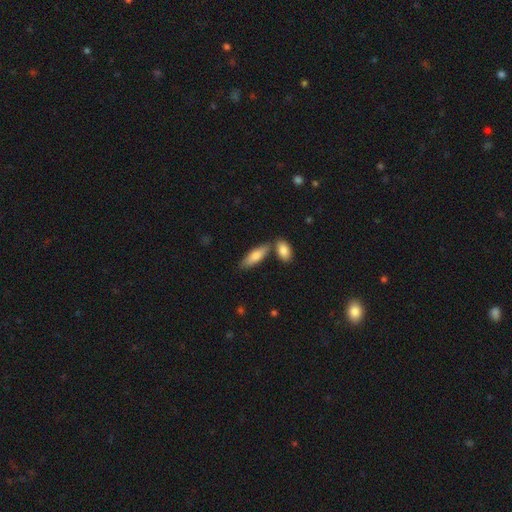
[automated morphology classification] Overall: smooth (75%). How rounded: in between (55%; cigar-shaped 43%). Merging: none (67%).